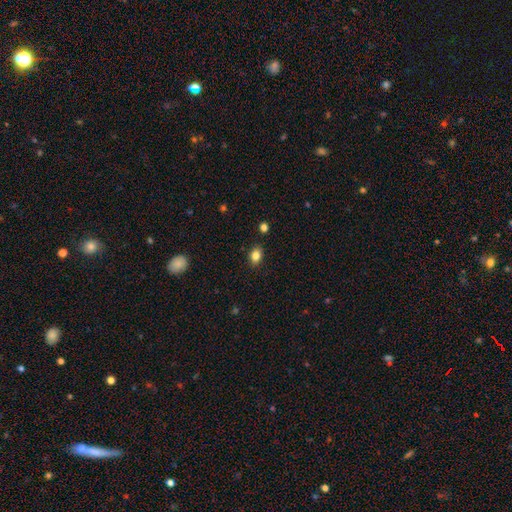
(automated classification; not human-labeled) This appears to be a smooth galaxy with no disk features (83%) that is in between round and cigar-shaped (67%). Merging: none (87%).